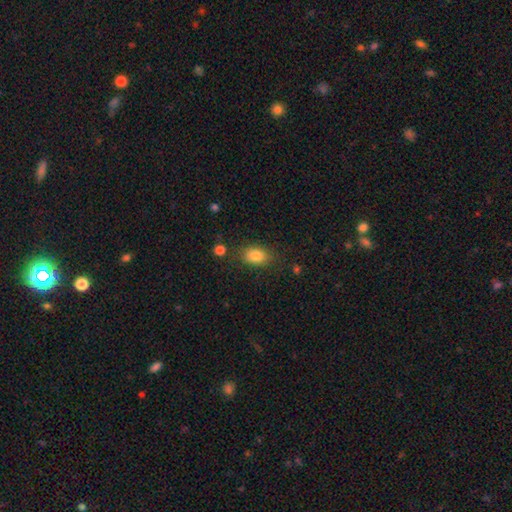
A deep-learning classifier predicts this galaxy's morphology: type=smooth (83%); roundness=in between (79%); merging=none (79%).